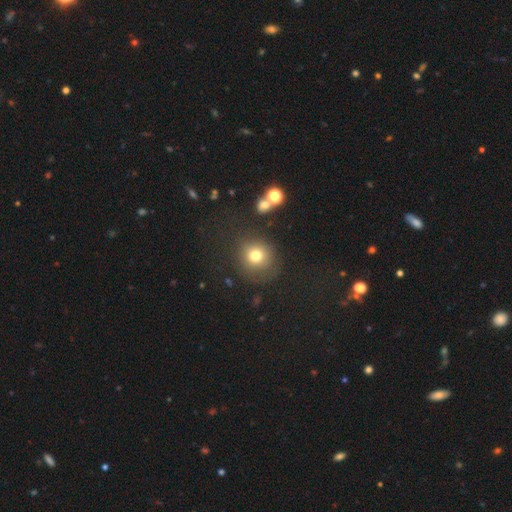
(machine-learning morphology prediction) Smooth or featured?
  - smooth: 75% *
  - star or artifact: 15%
  - featured or disk: 10%
How rounded?
  - round: 89% *
  - in between: 10%
  - cigar-shaped: 1%
Merging?
  - none: 75% *
  - minor disturbance: 13%
  - major disturbance: 8%
  - merger: 4%